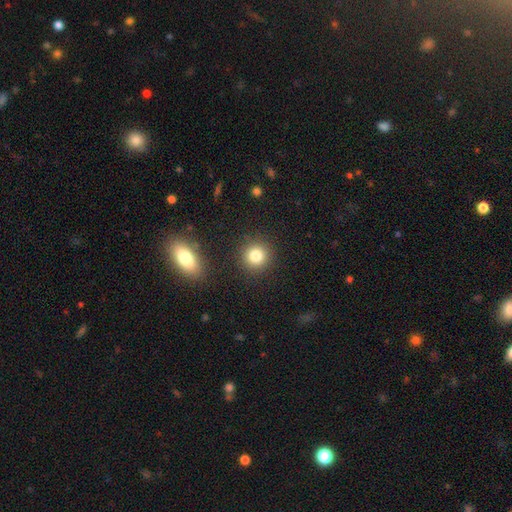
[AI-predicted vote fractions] Smooth or featured: smooth — 81% (star or artifact — 12%)
How rounded: round — 92% (in between — 7%)
Merging: none — 89% (minor disturbance — 6%)